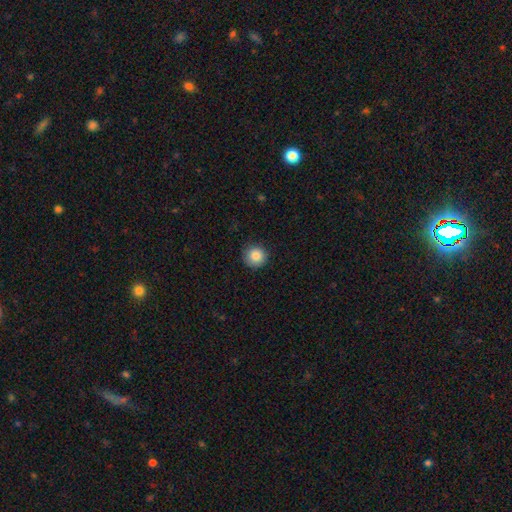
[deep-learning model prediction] Morphology: type=smooth (86%); roundness=round (94%); merging=none (89%).